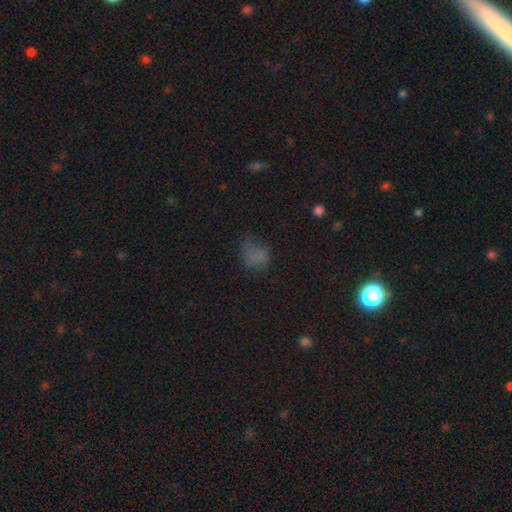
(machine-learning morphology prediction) This is likely a smooth galaxy (65%). How rounded: possibly in between (51%). Merging: marginally none (43%).